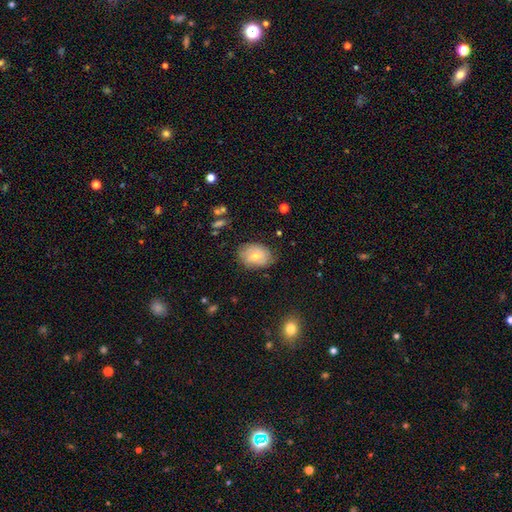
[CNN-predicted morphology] Smooth or featured? Predicted: smooth (p=0.51). How rounded? Predicted: in between (p=0.70). Merging? Predicted: none (p=0.71).